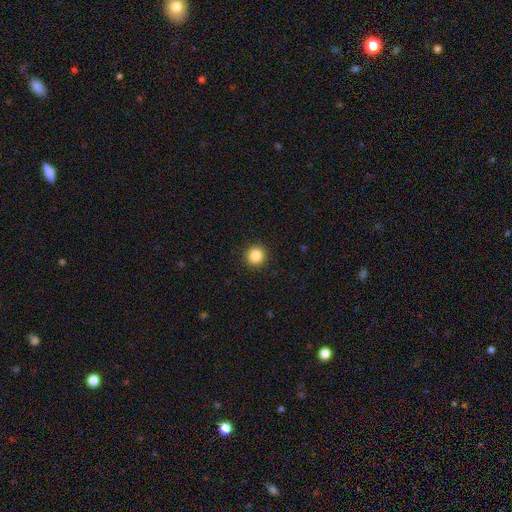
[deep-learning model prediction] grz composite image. It shows a smooth galaxy with no disk features (85%) that is round (95%). Merging: none (93%).